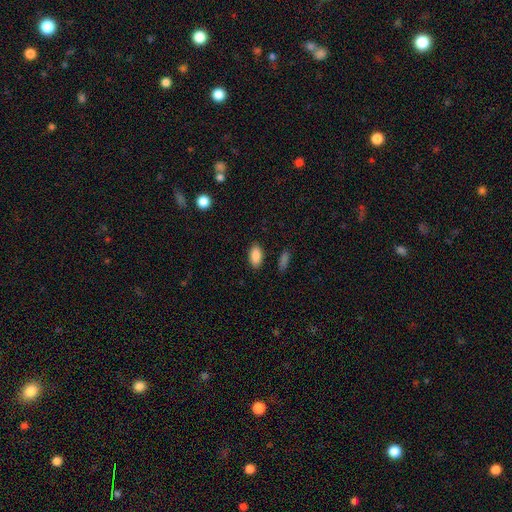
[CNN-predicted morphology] type=smooth (88%); roundness=in between (93%); merging=none (87%).